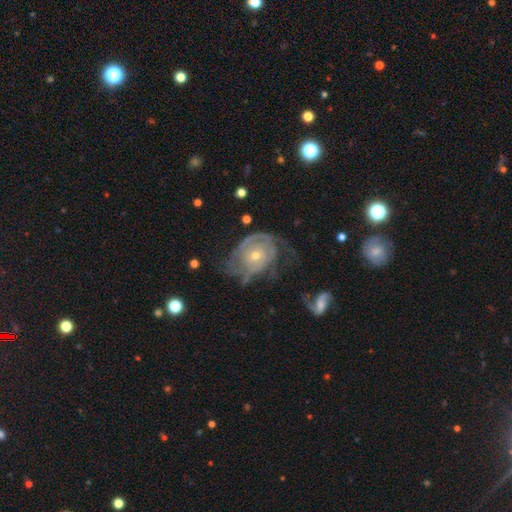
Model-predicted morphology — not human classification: Smooth or featured?
  - featured or disk: 81% *
  - smooth: 12%
  - star or artifact: 7%
Edge-on disk?
  - no: 96% *
  - yes: 4%
Bar?
  - no: 78% *
  - weak: 18%
  - strong: 4%
Spiral arms?
  - yes: 87% *
  - no: 13%
Spiral winding?
  - tight: 62% *
  - medium: 28%
  - loose: 11%
Spiral arm count?
  - can't tell: 39% *
  - 2: 29%
  - 3: 15%
  - 1: 8%
  - 4: 6%
  - more than 4: 4%
Bulge size?
  - small: 58% *
  - moderate: 38%
  - large: 2%
  - none: 1%
  - dominant: 1%
Merging?
  - none: 48% *
  - major disturbance: 24%
  - minor disturbance: 24%
  - merger: 4%